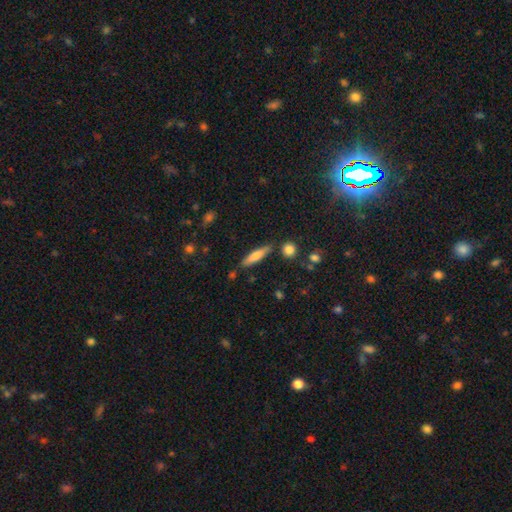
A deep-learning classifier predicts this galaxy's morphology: The model was most divided on "smooth or featured": smooth: 64%, featured or disk: 30%, star or artifact: 6%. More confident: merging — none (81%); how rounded — cigar-shaped (80%).